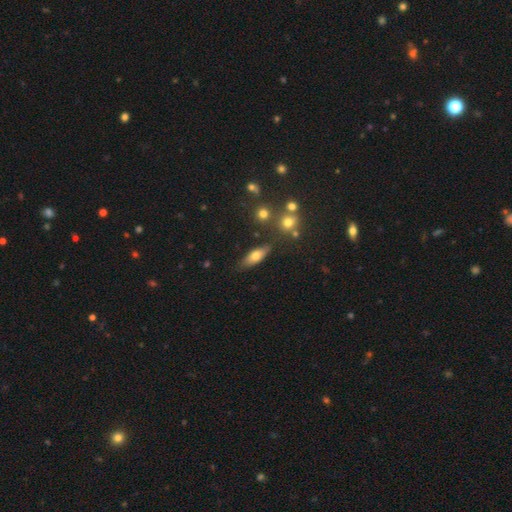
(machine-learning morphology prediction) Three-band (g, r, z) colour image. It shows a smooth galaxy with no disk features (66%) that is in between round and cigar-shaped (68%). Merging: none (76%).